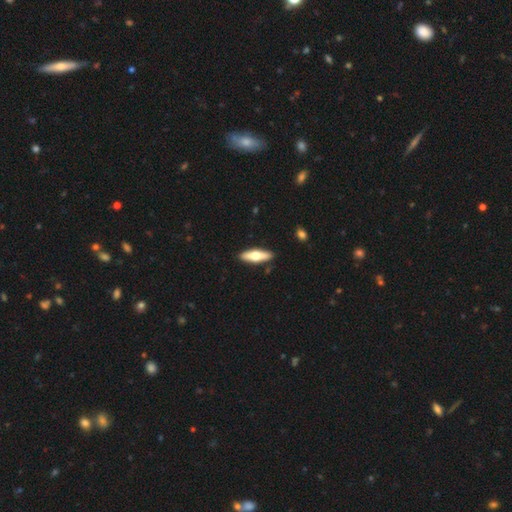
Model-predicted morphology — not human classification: This appears to be a smooth galaxy with no disk features (50%). Merging: none (90%).